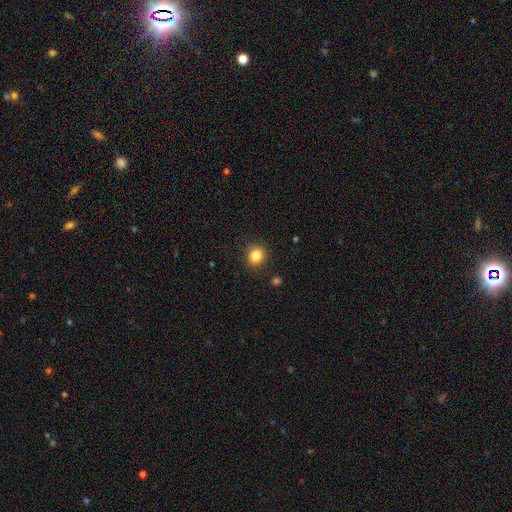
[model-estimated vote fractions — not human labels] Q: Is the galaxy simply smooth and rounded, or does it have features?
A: smooth — 84%.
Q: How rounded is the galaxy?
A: round — 84%.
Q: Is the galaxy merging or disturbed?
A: none — 89%.